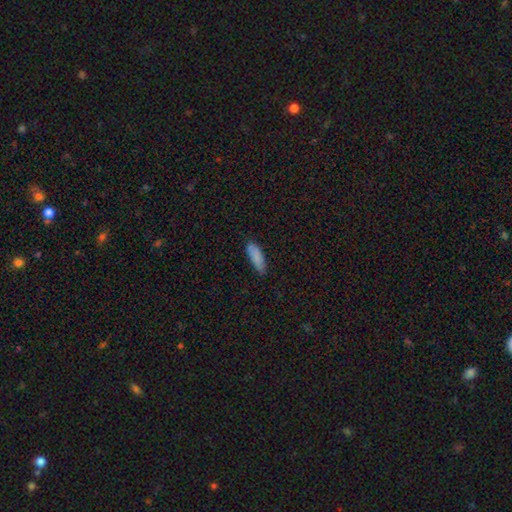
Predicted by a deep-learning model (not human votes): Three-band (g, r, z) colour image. It shows a smooth galaxy with no disk features (87%) that is in between round and cigar-shaped (54%). Merging: none (80%).